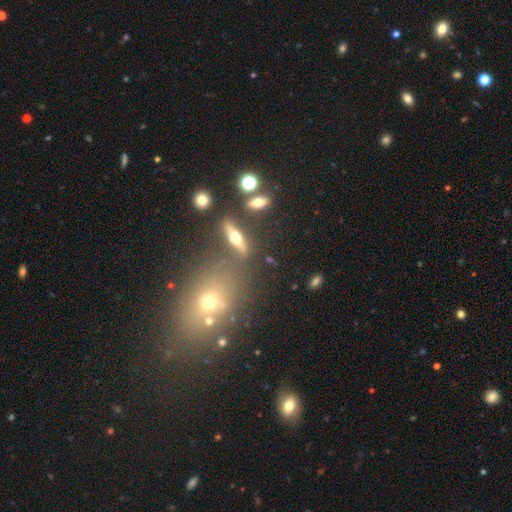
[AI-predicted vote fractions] smooth 41%, star or artifact 37%, featured or disk 22%. Down the decision tree: merging — none (53%).